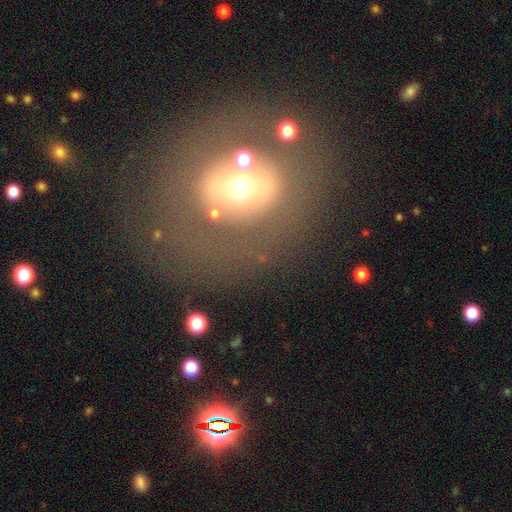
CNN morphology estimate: Q: Smooth or featured?
A: featured or disk (45%); runner-up: smooth (37%)
Q: Merging?
A: none (72%); runner-up: minor disturbance (12%)